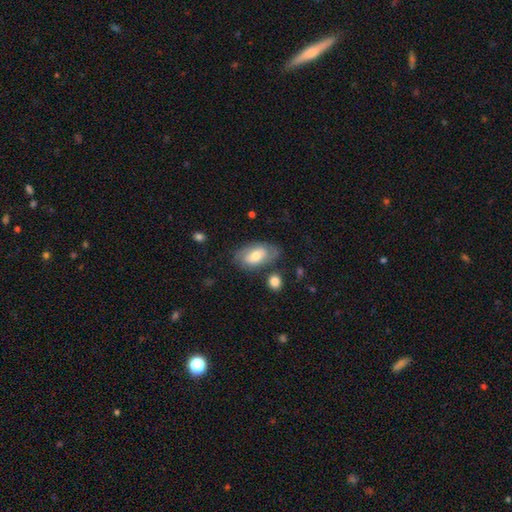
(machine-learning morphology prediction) Q: Smooth or featured?
A: smooth (48%); runner-up: featured or disk (45%)
Q: Merging?
A: none (67%); runner-up: minor disturbance (20%)